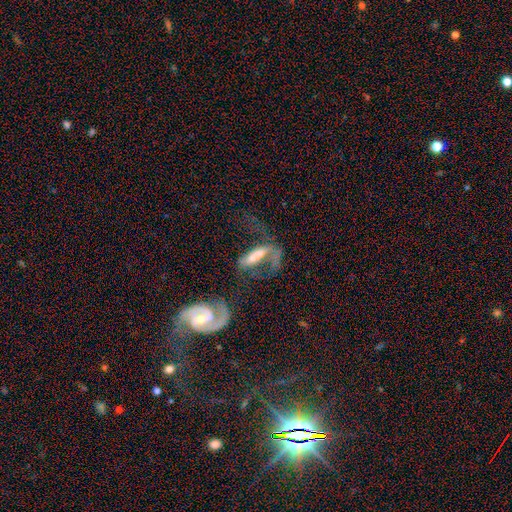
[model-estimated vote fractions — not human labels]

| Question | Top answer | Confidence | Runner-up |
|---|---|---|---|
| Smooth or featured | featured or disk | 51% | smooth (40%) |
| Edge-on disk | no | 74% | yes (26%) |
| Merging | major disturbance | 48% | none (23%) |